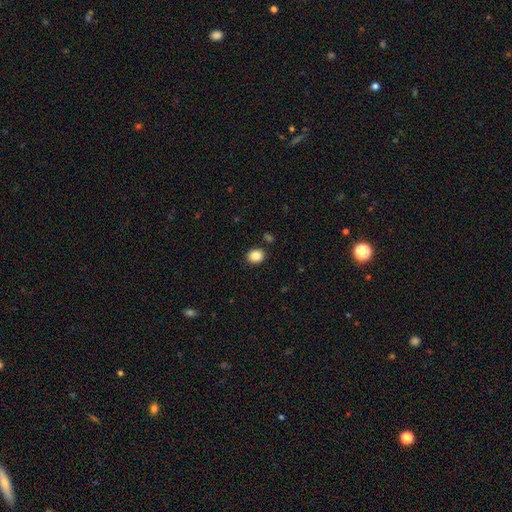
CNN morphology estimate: Smooth or featured? smooth (87%)
How rounded? round (64%)
Merging? none (87%)